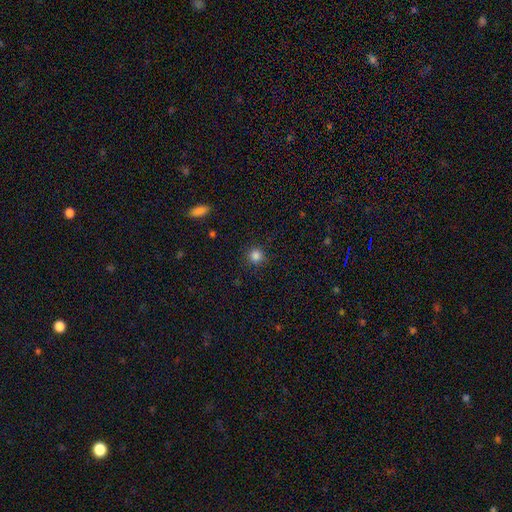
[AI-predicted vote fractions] Smooth or featured: smooth — 84% (star or artifact — 12%)
How rounded: round — 94% (in between — 5%)
Merging: none — 89% (minor disturbance — 7%)